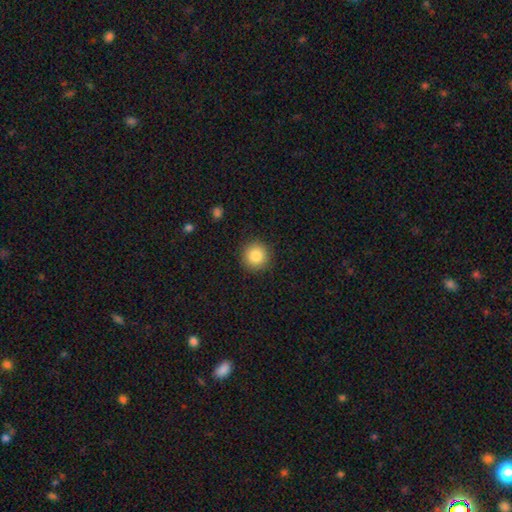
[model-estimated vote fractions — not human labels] Smooth or featured?
  - smooth: 85% *
  - star or artifact: 9%
  - featured or disk: 6%
How rounded?
  - round: 94% *
  - in between: 5%
  - cigar-shaped: 1%
Merging?
  - none: 91% *
  - minor disturbance: 6%
  - major disturbance: 2%
  - merger: 1%